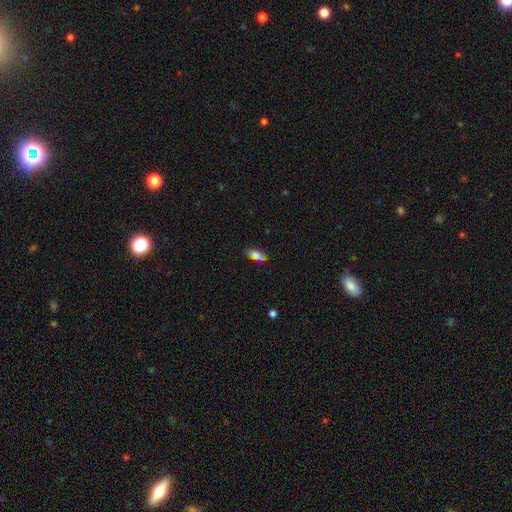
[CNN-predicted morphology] type=smooth (76%); roundness=in between (76%); merging=none (77%).